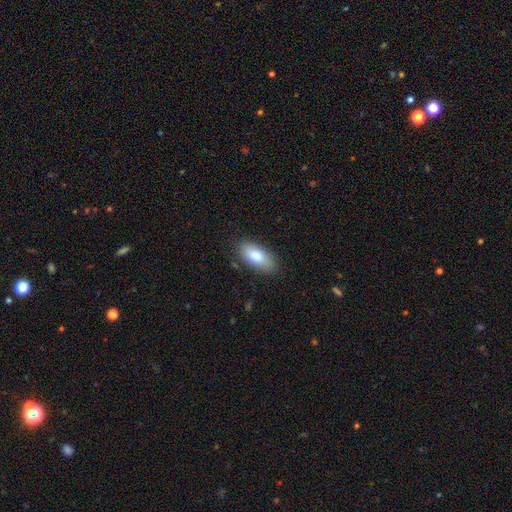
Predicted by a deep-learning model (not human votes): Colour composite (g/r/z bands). It shows a smooth galaxy with no disk features (80%) that is in between round and cigar-shaped (88%). Merging: none (83%).